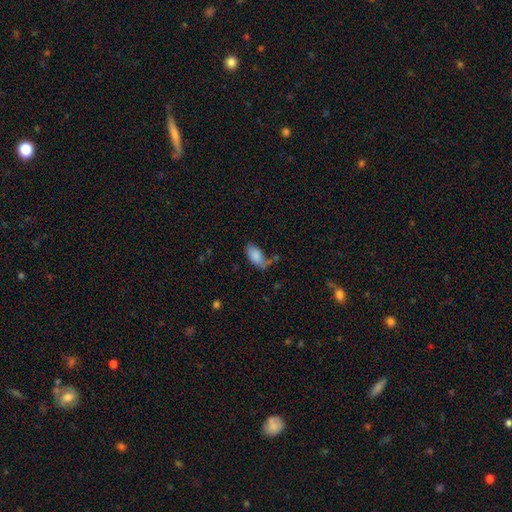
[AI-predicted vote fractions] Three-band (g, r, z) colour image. It shows a smooth galaxy with no disk features (84%) that is in between round and cigar-shaped (93%). Merging: none (48%).